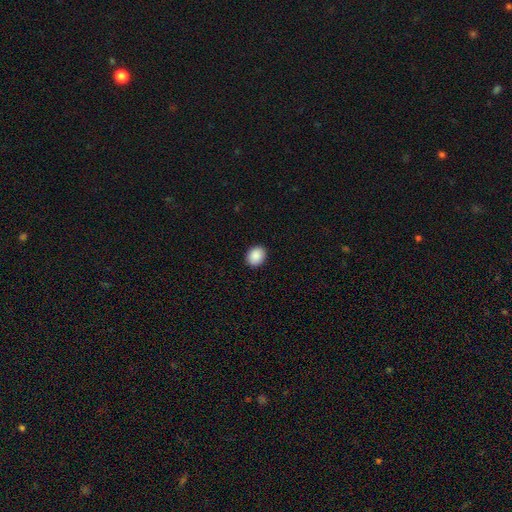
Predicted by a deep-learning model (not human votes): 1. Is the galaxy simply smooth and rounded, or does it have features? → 90% smooth, 7% star or artifact, 3% featured or disk.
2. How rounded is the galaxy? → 52% round, 48% in between, 1% cigar-shaped.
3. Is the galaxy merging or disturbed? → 91% none, 6% minor disturbance, 2% major disturbance, 1% merger.